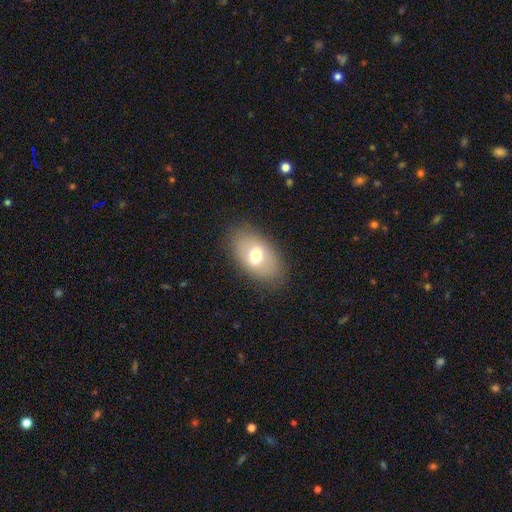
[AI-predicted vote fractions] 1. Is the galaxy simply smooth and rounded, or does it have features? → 66% smooth, 25% featured or disk, 9% star or artifact.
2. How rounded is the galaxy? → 90% in between, 9% round, 2% cigar-shaped.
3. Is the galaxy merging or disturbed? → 86% none, 10% minor disturbance, 3% major disturbance, 1% merger.